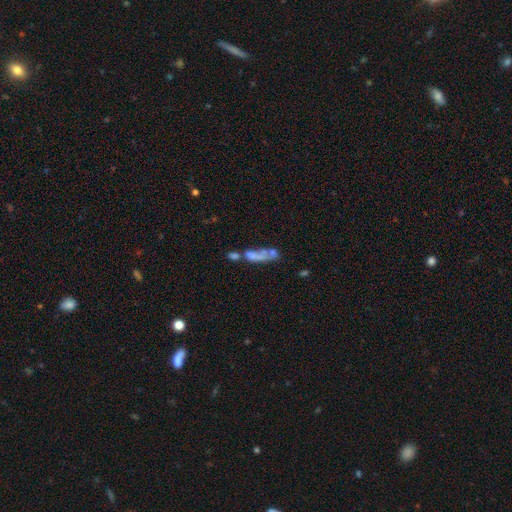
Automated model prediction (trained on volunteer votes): smooth-or-featured: smooth: 52% | featured or disk: 35% | star or artifact: 13%
  how-rounded: in between: 54% | cigar-shaped: 40% | round: 6%
  merging: merger: 50% | none: 19% | major disturbance: 19% | minor disturbance: 11%